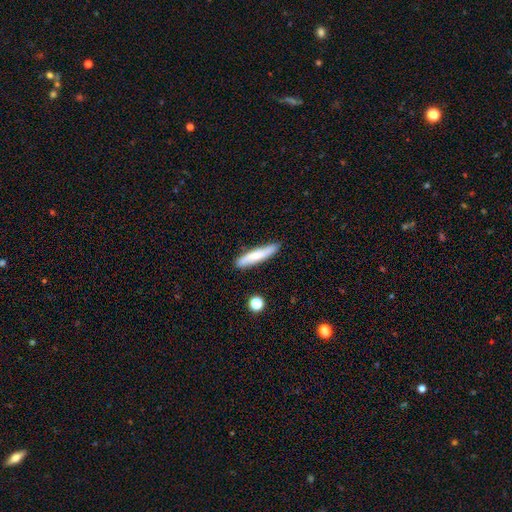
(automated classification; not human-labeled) Smooth or featured: smooth — 64% (featured or disk — 30%)
How rounded: cigar-shaped — 87% (in between — 12%)
Merging: none — 82% (minor disturbance — 13%)